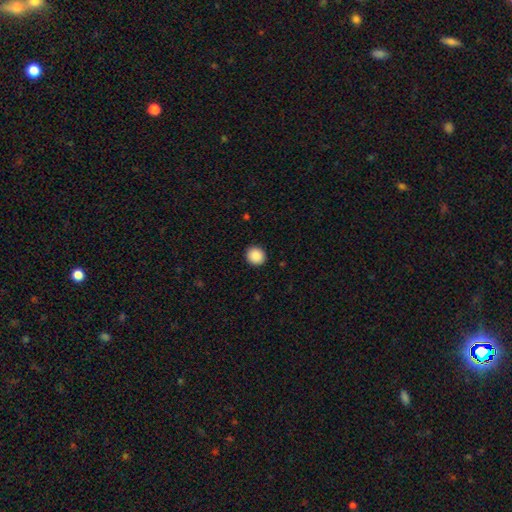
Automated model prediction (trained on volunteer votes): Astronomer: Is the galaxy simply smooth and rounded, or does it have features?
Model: smooth — 89%.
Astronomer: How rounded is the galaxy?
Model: round — 88%.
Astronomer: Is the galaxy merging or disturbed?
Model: none — 92%.